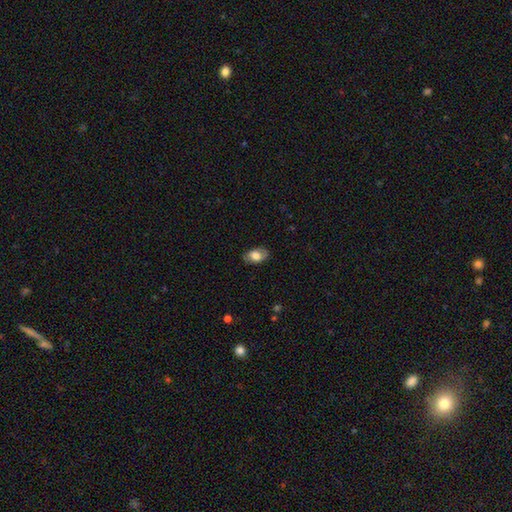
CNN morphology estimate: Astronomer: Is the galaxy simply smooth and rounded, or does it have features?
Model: smooth — 74%.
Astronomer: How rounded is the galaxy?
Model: in between — 90%.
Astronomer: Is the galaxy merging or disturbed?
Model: none — 81%.